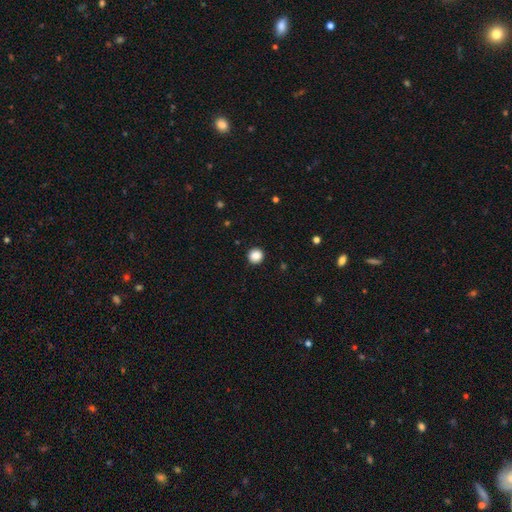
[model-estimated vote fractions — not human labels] Morphology: type=smooth (87%); roundness=round (94%); merging=none (93%).